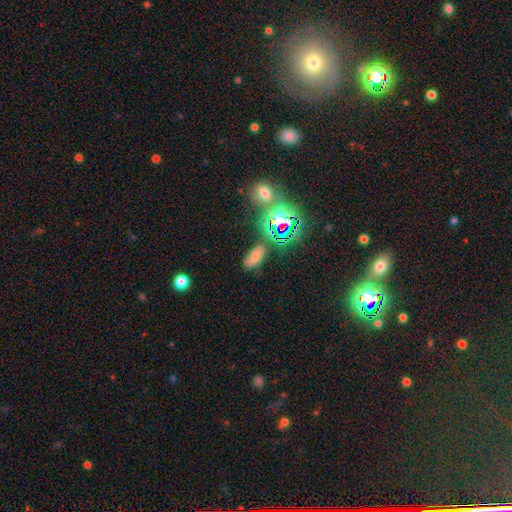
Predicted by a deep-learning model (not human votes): smooth 44%, star or artifact 43%, featured or disk 13%. Down the decision tree: merging — none (71%).